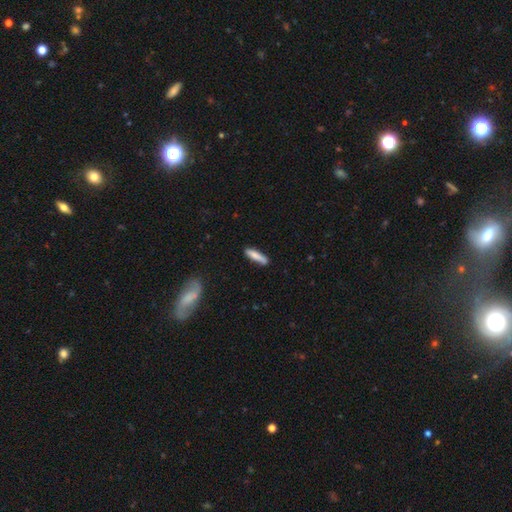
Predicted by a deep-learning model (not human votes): A smooth galaxy with no disk features (79%) that is cigar-shaped (79%). Merging: none (79%).